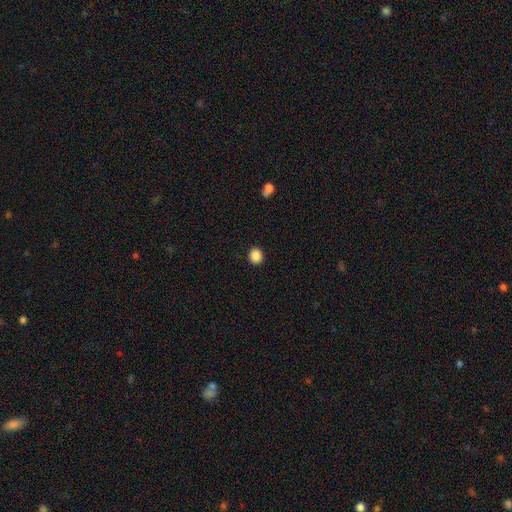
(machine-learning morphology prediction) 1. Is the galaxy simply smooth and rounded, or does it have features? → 88% smooth, 9% star or artifact, 3% featured or disk.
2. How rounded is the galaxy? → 79% round, 20% in between, 1% cigar-shaped.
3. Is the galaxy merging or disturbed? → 92% none, 5% minor disturbance, 2% major disturbance, 1% merger.